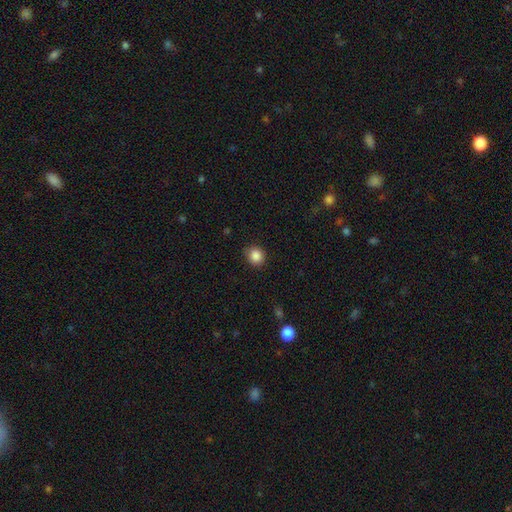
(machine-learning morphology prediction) This is clearly a smooth galaxy (87%). How rounded: clearly round (82%). Merging: clearly none (84%).